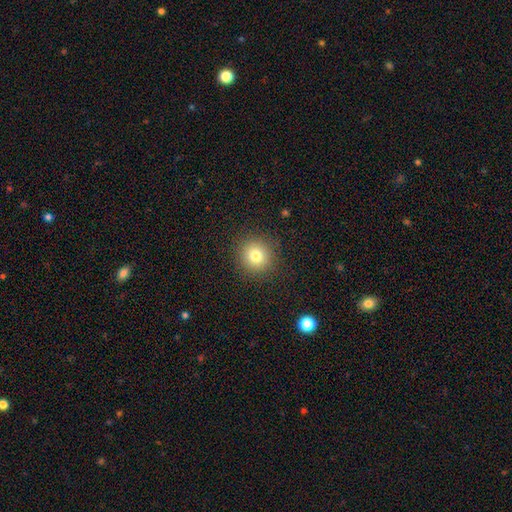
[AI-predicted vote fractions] Q: Smooth or featured?
A: smooth (79%); runner-up: star or artifact (12%)
Q: How rounded?
A: round (92%); runner-up: in between (7%)
Q: Merging?
A: none (89%); runner-up: minor disturbance (7%)